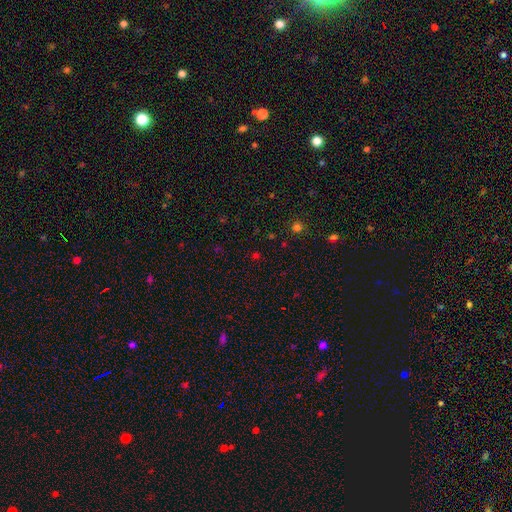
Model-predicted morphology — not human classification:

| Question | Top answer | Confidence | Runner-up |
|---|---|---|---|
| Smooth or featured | star or artifact | 53% | smooth (41%) |